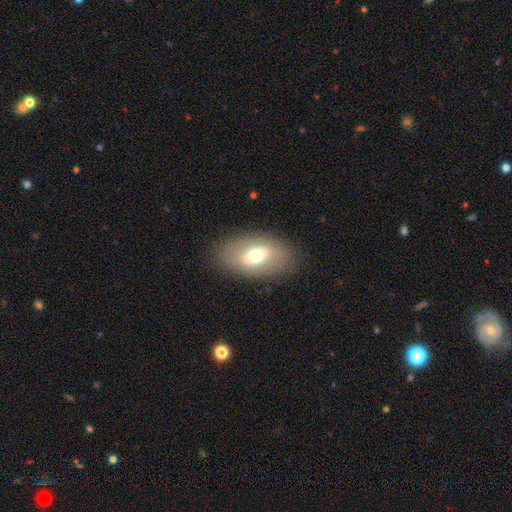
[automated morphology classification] This is likely a smooth galaxy (61%). How rounded: clearly in between (89%). Merging: clearly none (83%).